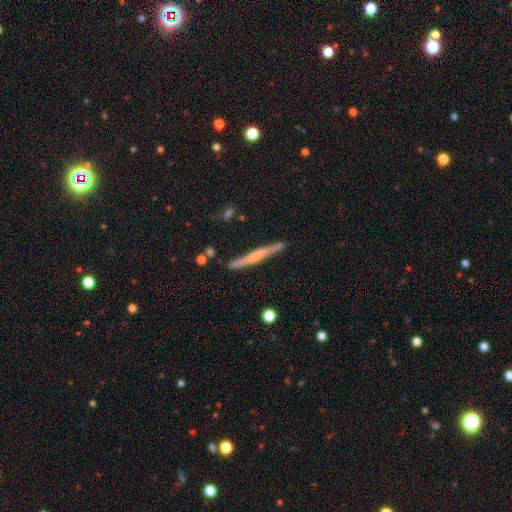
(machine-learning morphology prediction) This is possibly a featured or disk galaxy (56%). It is clearly viewed edge-on (97%). Edge-on bulge: possibly none (49%). Merging: clearly none (86%).